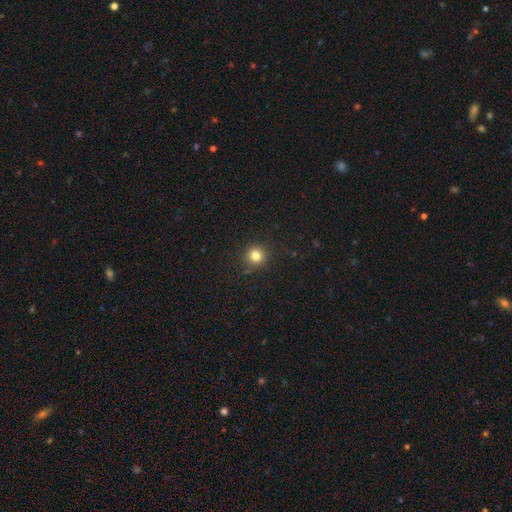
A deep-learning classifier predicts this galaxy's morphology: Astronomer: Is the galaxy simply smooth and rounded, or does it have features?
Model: smooth — 81%.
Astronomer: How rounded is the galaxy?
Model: round — 93%.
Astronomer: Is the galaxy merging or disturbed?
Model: none — 90%.